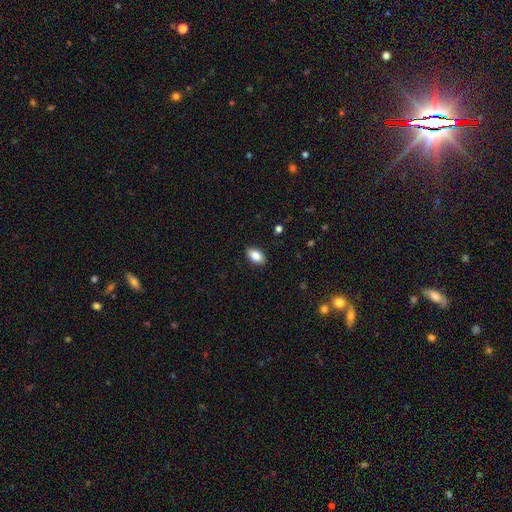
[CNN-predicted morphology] A smooth galaxy with no disk features (85%) that is in between round and cigar-shaped (92%). Merging: none (89%).